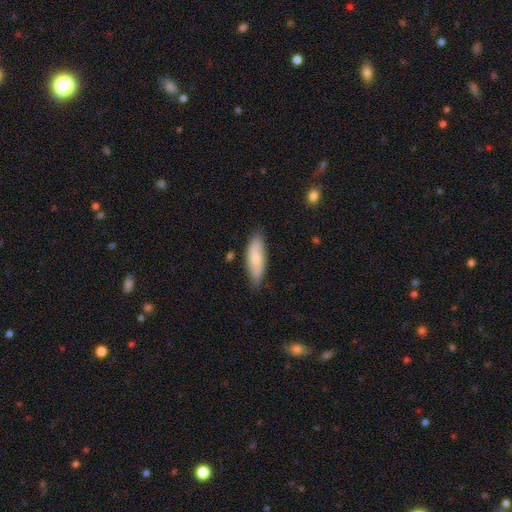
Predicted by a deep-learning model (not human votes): This is likely a smooth galaxy (67%). How rounded: likely in between (64%). Merging: likely none (74%).